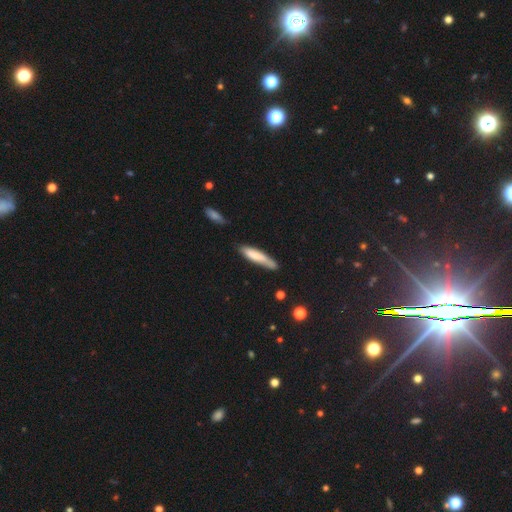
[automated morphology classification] smooth_or_featured: smooth (p=0.73) [alt: featured or disk p=0.21]
how_rounded: cigar-shaped (p=0.84) [alt: in between p=0.15]
merging: none (p=0.66) [alt: minor disturbance p=0.25]